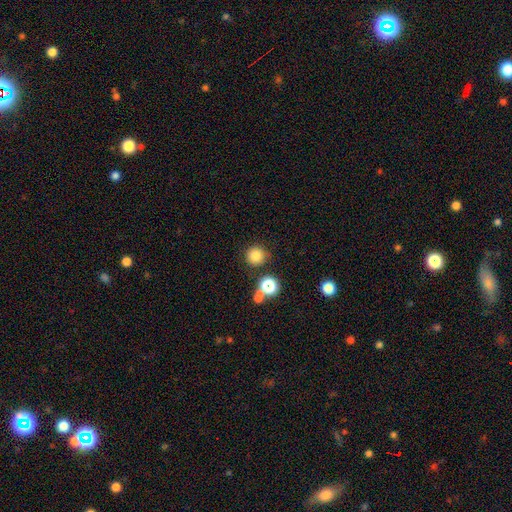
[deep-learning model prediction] A smooth galaxy with no disk features (80%) that is round (95%). Merging: none (82%).